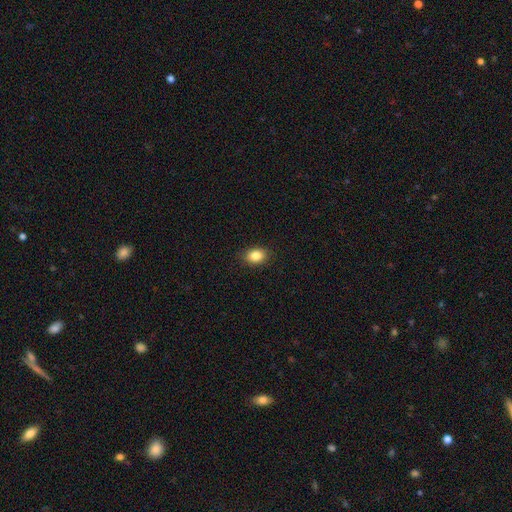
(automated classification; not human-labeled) This is clearly a smooth galaxy (85%). How rounded: likely in between (69%). Merging: clearly none (89%).